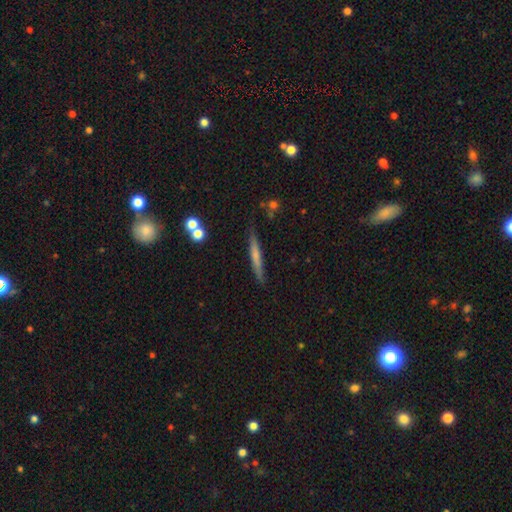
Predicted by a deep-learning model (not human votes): Q: Smooth or featured?
A: smooth (58%); runner-up: featured or disk (35%)
Q: How rounded?
A: cigar-shaped (94%); runner-up: in between (4%)
Q: Merging?
A: none (82%); runner-up: minor disturbance (12%)